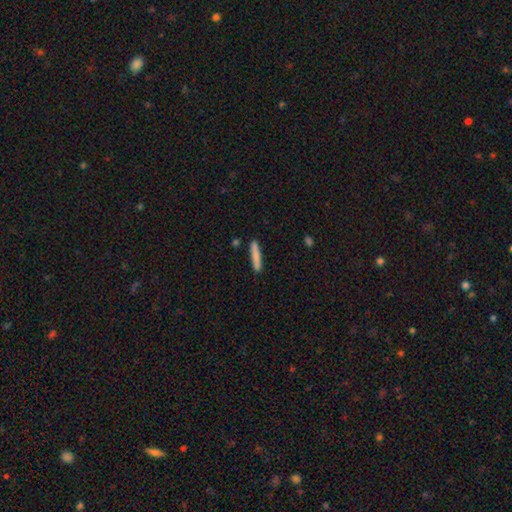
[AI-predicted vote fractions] A smooth galaxy with no disk features (83%) that is cigar-shaped (92%).

Vote fractions:
- Smooth or featured? smooth: 83% / featured or disk: 10% / star or artifact: 6%
- How rounded? cigar-shaped: 92% / in between: 6% / round: 1%
- Merging? none: 87% / minor disturbance: 9% / merger: 3% / major disturbance: 2%